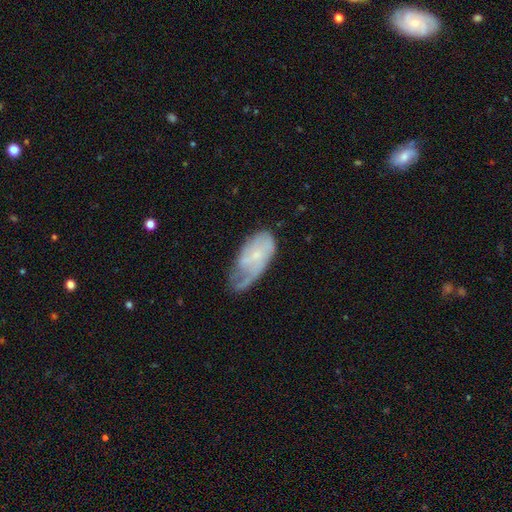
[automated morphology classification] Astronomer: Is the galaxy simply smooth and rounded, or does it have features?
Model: featured or disk — 57% (runner-up: smooth, 36%).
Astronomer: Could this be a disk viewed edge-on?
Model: no — 94%.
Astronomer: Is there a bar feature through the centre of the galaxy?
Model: no — 69%.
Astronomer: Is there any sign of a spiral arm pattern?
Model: yes — 73%.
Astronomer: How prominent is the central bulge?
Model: small — 71%.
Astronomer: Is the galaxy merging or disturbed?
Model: minor disturbance — 36% (runner-up: major disturbance, 31%).